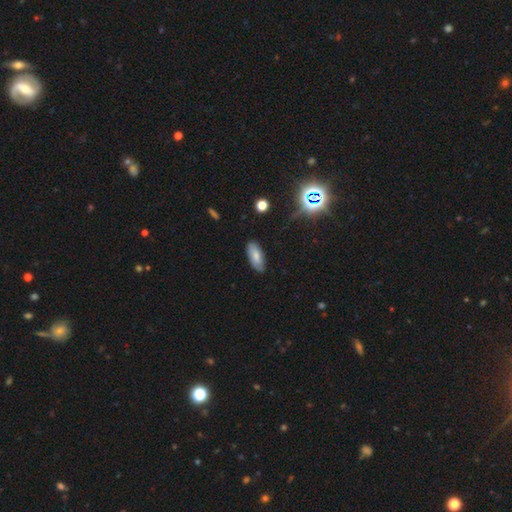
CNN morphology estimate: Smooth or featured? Predicted: smooth (p=0.75). How rounded? Predicted: in between (p=0.84). Merging? Predicted: none (p=0.81).